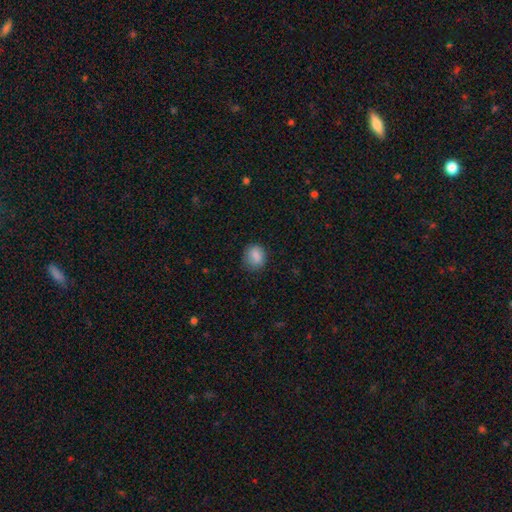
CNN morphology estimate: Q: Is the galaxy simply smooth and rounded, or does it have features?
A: smooth — 84%.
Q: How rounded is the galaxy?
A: round — 62%.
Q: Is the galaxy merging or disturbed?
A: none — 74%.